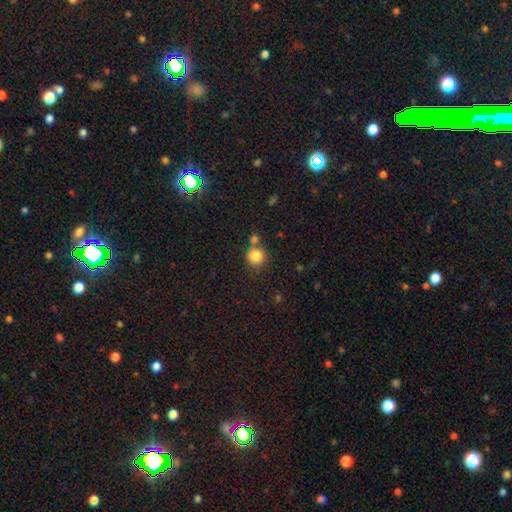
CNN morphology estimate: Smooth or featured? Predicted: smooth (p=0.84). How rounded? Predicted: round (p=0.89). Merging? Predicted: none (p=0.60).